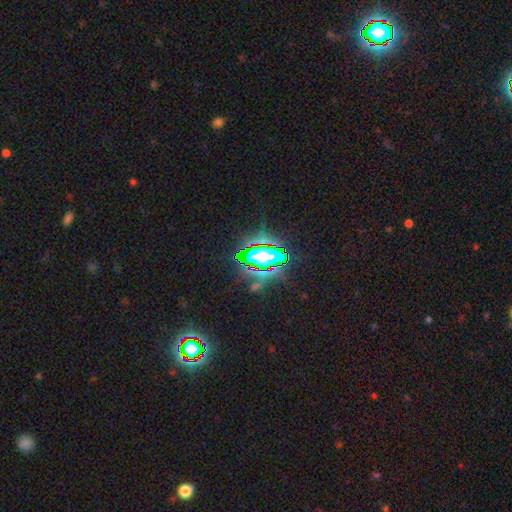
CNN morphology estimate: type=star or artifact (65%).